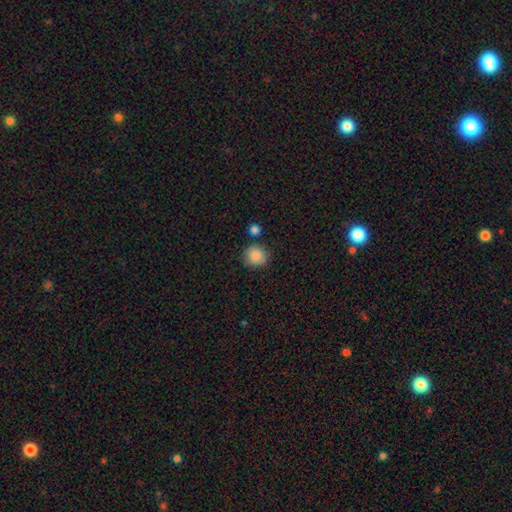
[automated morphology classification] type=smooth (87%); roundness=round (89%); merging=none (82%).